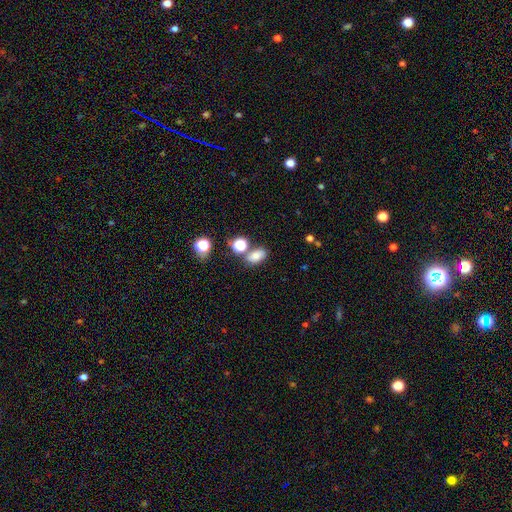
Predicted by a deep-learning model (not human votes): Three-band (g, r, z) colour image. It shows a smooth galaxy with no disk features (76%) that is in between round and cigar-shaped (81%). Merging: none (66%).